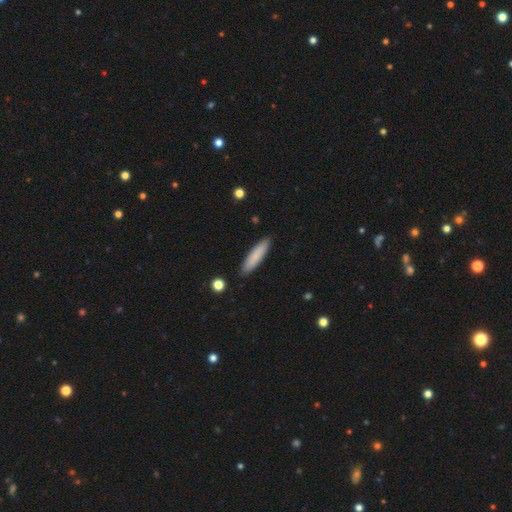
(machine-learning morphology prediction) Q: Smooth or featured?
A: smooth (83%); runner-up: featured or disk (11%)
Q: How rounded?
A: cigar-shaped (77%); runner-up: in between (21%)
Q: Merging?
A: none (89%); runner-up: minor disturbance (8%)